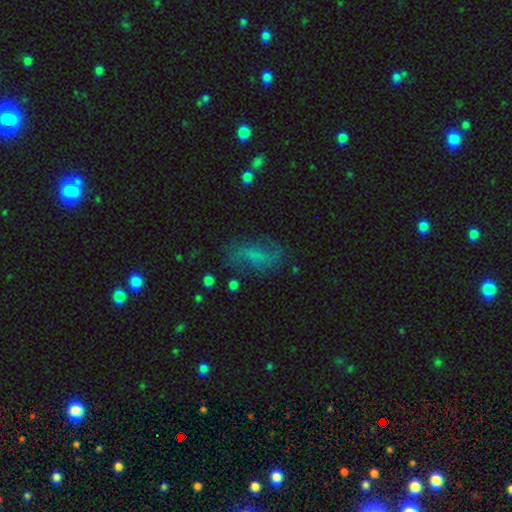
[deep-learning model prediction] This appears to be a featured or disk galaxy (45%). Merging: none (64%).